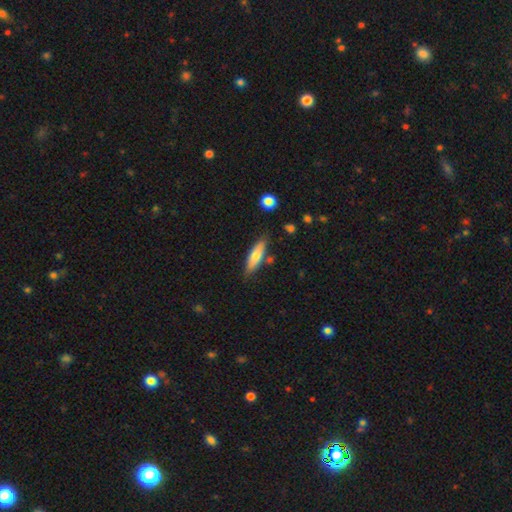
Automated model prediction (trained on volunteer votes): Smooth or featured: smooth — 71% (featured or disk — 23%)
How rounded: cigar-shaped — 55% (in between — 43%)
Merging: none — 78% (minor disturbance — 14%)